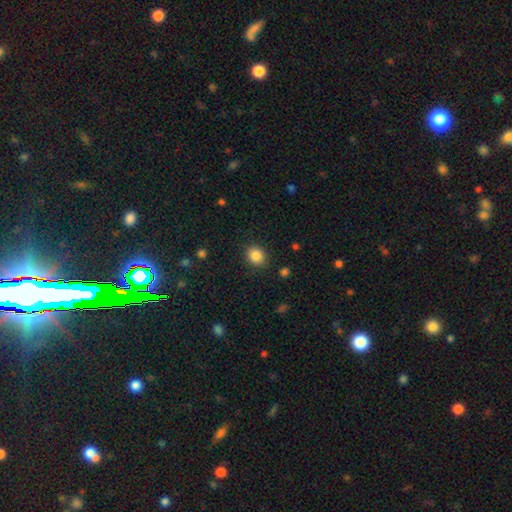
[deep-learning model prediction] smooth 86%, star or artifact 9%, featured or disk 4%. Down the decision tree: how rounded — round (68%); merging — none (88%).